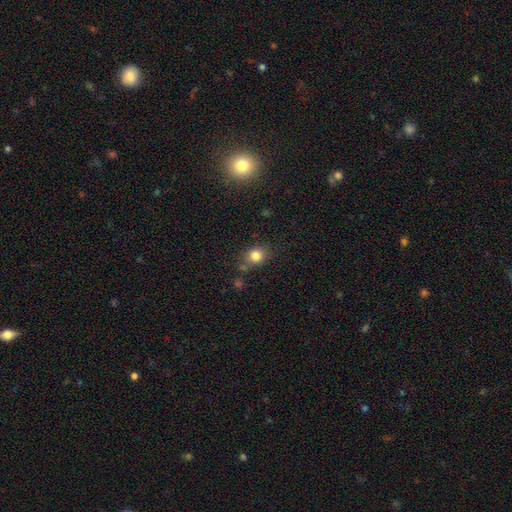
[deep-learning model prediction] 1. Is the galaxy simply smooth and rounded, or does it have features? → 82% smooth, 11% star or artifact, 8% featured or disk.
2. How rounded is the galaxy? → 59% round, 40% in between, 1% cigar-shaped.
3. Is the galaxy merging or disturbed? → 71% none, 16% minor disturbance, 8% merger, 5% major disturbance.